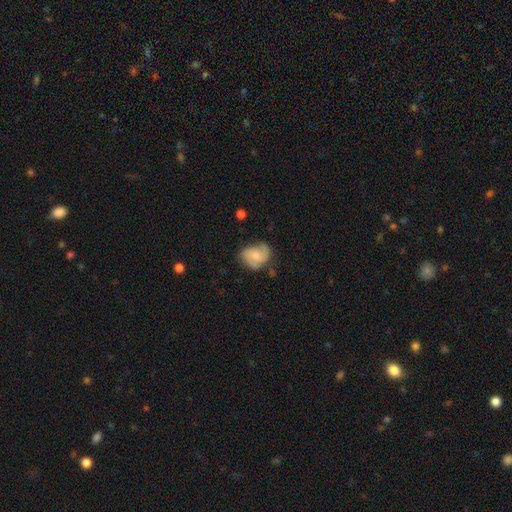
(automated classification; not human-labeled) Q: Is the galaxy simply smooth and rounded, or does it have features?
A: featured or disk — 56%.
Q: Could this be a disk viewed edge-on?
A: no — 97%.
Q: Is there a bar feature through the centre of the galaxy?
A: no — 66%.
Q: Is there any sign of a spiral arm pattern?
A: yes — 87%.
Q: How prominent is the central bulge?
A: small — 51%.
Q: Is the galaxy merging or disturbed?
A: none — 57%.